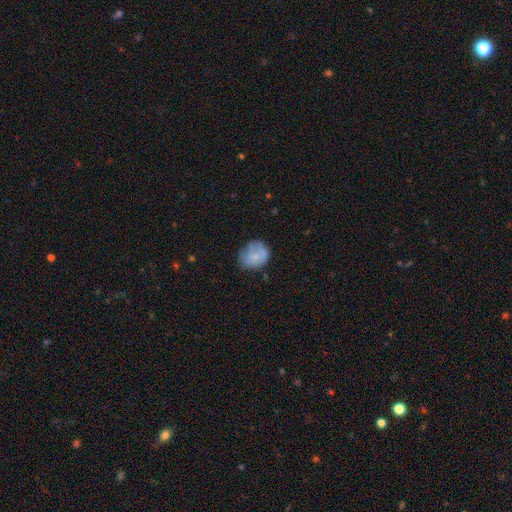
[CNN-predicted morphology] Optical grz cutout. It shows a smooth galaxy with no disk features (71%) that is round (64%). Merging: none (58%).